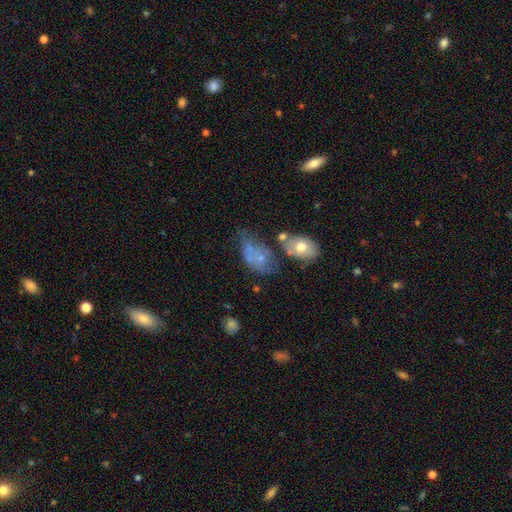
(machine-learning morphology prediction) This is possibly a smooth galaxy (46%). Merging: marginally merger (27%).